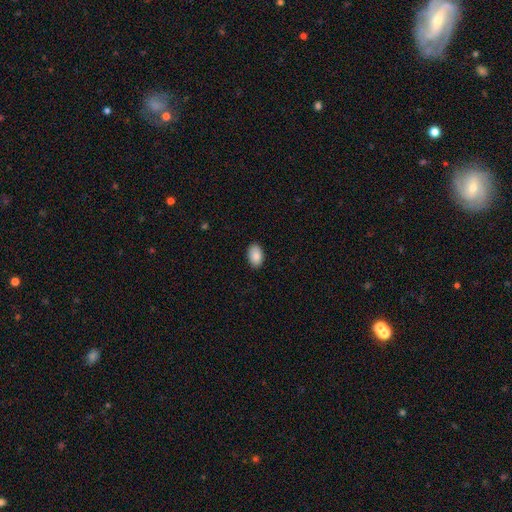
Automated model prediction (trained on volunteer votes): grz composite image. It shows a smooth galaxy with no disk features (89%) that is in between round and cigar-shaped (92%). Merging: none (88%).